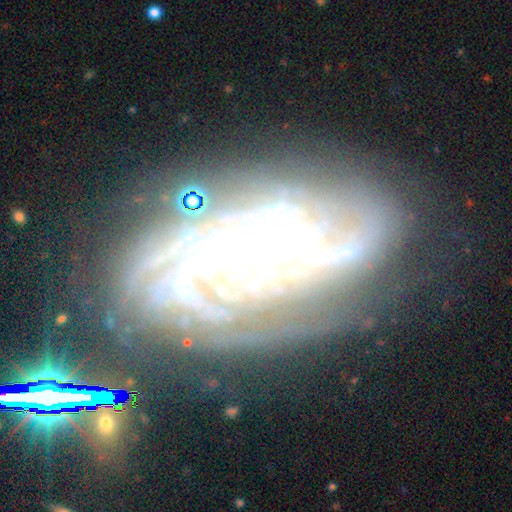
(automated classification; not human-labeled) Overall: featured or disk (86%). Edge-on disk: no (95%). Bar: no (68%). Spiral arms: yes (96%). Spiral arm count: can't tell (28%; 4 19%). Spiral winding: tight (71%). Bulge size: moderate (53%; small 32%). Merging: none (67%).